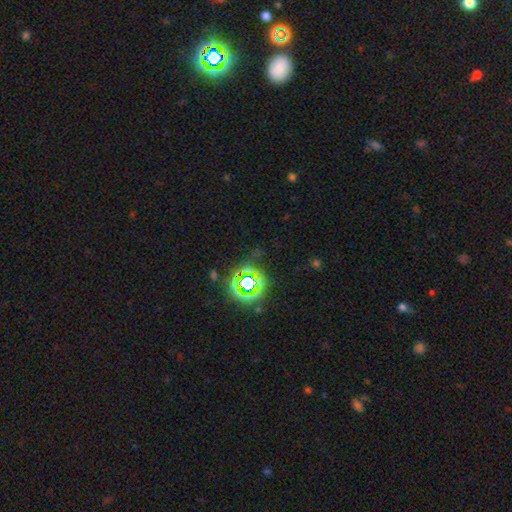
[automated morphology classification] Q: Smooth or featured?
A: star or artifact (75%); runner-up: smooth (16%)